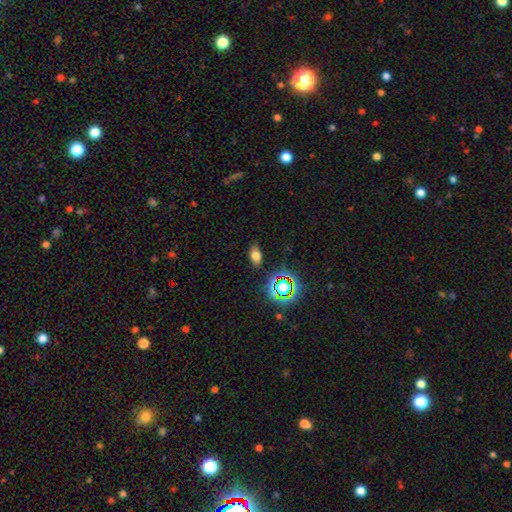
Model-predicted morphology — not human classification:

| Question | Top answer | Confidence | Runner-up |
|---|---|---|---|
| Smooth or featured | smooth | 69% | star or artifact (19%) |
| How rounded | in between | 85% | round (10%) |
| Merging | none | 84% | minor disturbance (11%) |